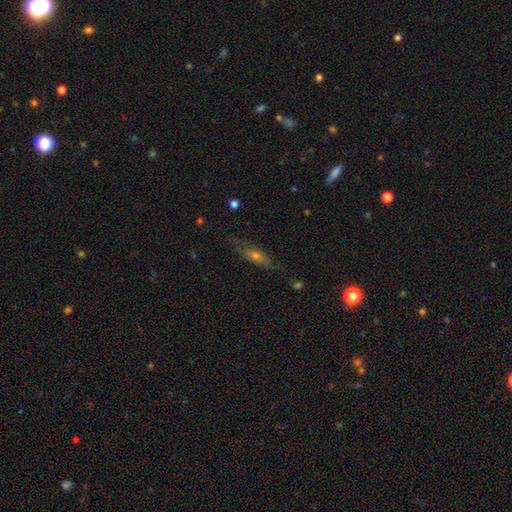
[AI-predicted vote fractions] This is possibly a featured or disk galaxy (50%). Merging: likely none (71%).